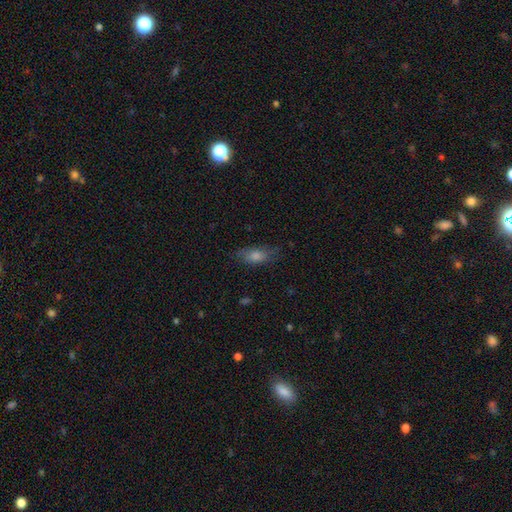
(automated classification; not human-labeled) This is possibly a smooth galaxy (58%). How rounded: likely in between (69%). Merging: likely none (75%).